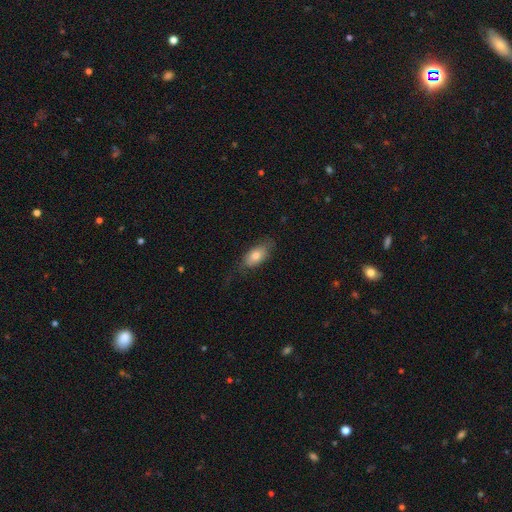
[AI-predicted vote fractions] A smooth galaxy with no disk features (75%) that is in between round and cigar-shaped (90%).

Vote fractions:
- Smooth or featured? smooth: 75% / featured or disk: 18% / star or artifact: 7%
- How rounded? in between: 90% / cigar-shaped: 6% / round: 4%
- Merging? none: 68% / minor disturbance: 22% / major disturbance: 8% / merger: 1%